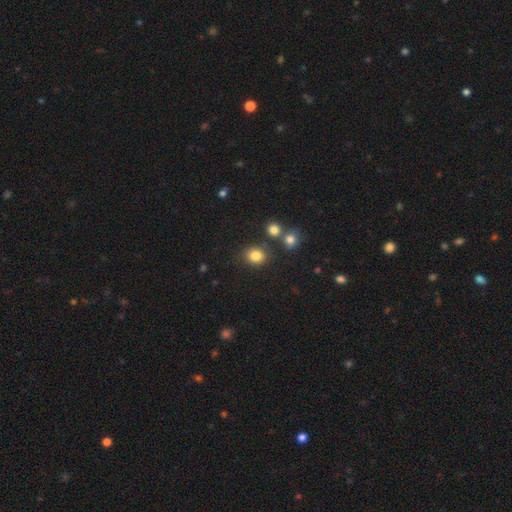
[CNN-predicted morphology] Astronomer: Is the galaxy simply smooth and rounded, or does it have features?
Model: smooth — 82%.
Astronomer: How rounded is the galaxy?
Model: round — 72%.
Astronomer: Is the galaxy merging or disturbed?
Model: none — 80%.